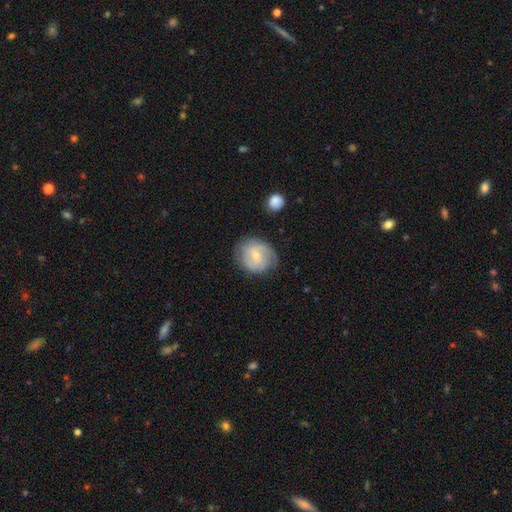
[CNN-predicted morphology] A featured or disk galaxy (59%) with no bar (52%), spiral arms (83%) and a small central bulge (59%). Merging: none (72%).